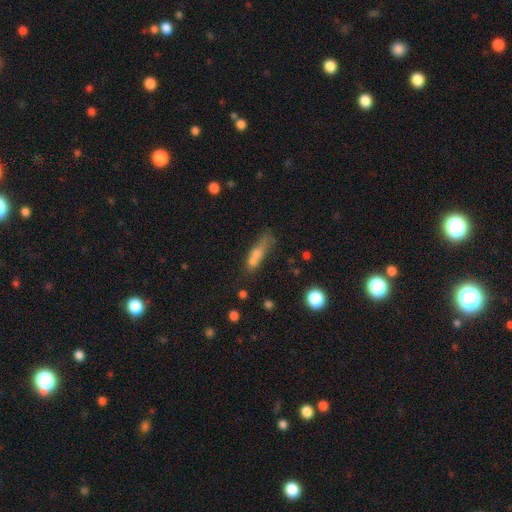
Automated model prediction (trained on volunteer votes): Smooth or featured?
  - smooth: 62% *
  - featured or disk: 25%
  - star or artifact: 12%
How rounded?
  - cigar-shaped: 52% *
  - in between: 40%
  - round: 8%
Merging?
  - merger: 34% *
  - none: 31%
  - minor disturbance: 19%
  - major disturbance: 16%